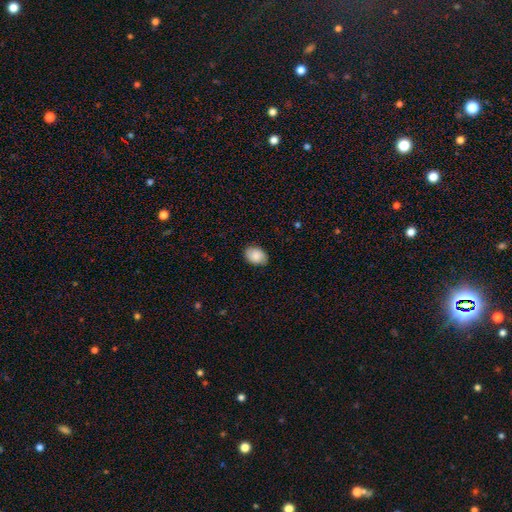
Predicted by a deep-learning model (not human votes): Smooth or featured?
  - smooth: 86% *
  - featured or disk: 8%
  - star or artifact: 7%
How rounded?
  - in between: 83% *
  - round: 16%
  - cigar-shaped: 1%
Merging?
  - none: 85% *
  - minor disturbance: 12%
  - major disturbance: 2%
  - merger: 1%